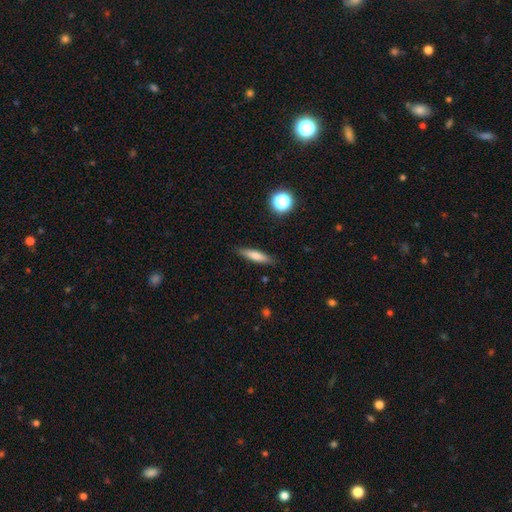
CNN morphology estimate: type=smooth (69%); roundness=cigar-shaped (77%); merging=none (87%).